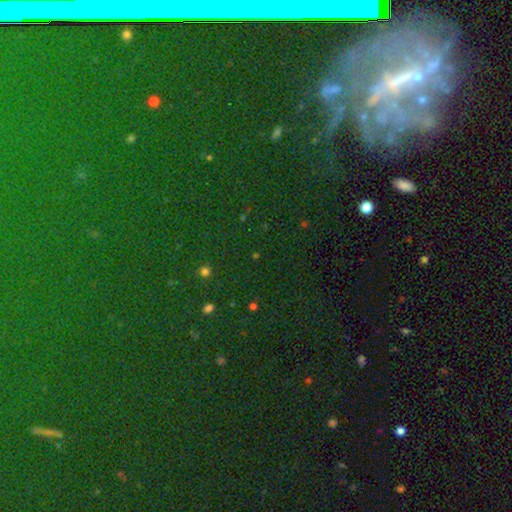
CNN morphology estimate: A star or artifact, not a galaxy (70%).